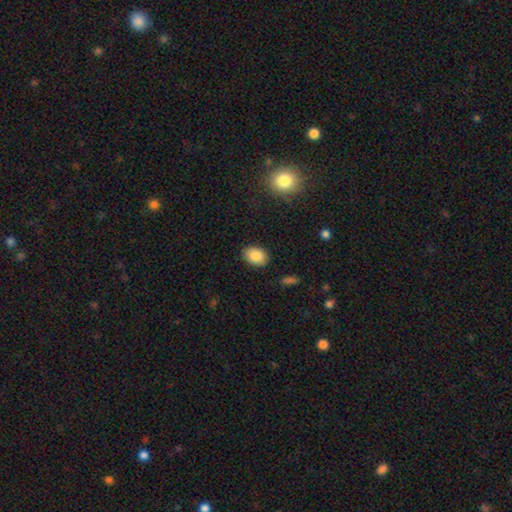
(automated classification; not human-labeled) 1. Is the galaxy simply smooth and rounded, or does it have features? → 85% smooth, 8% star or artifact, 7% featured or disk.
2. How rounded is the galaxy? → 79% in between, 20% round, 1% cigar-shaped.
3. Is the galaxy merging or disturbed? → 88% none, 8% minor disturbance, 2% major disturbance, 1% merger.